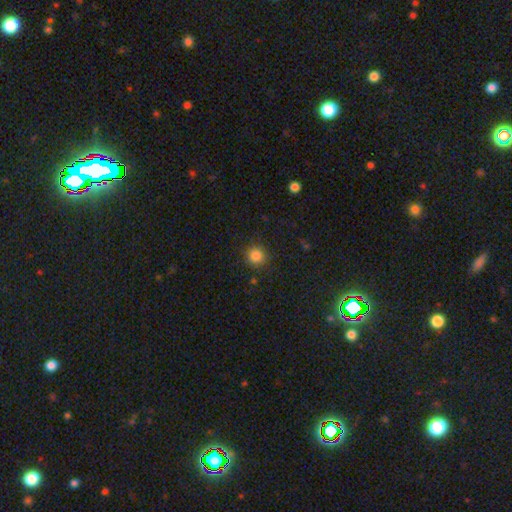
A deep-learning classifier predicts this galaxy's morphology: Smooth or featured? Predicted: smooth (p=0.84). How rounded? Predicted: round (p=0.94). Merging? Predicted: none (p=0.90).